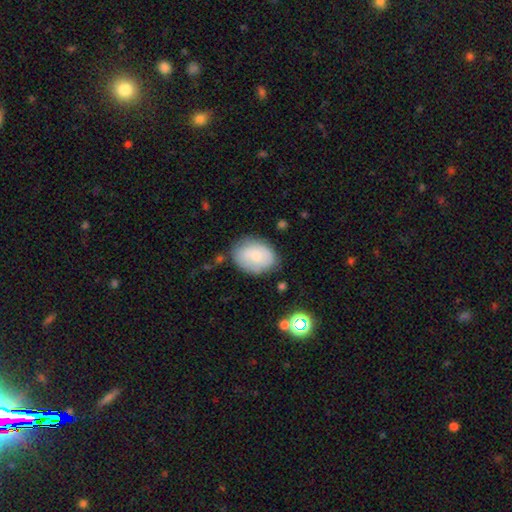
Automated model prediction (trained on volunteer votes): The model was most divided on "how rounded": in between: 71%, round: 28%, cigar-shaped: 1%. More confident: smooth or featured — smooth (75%); merging — none (71%).